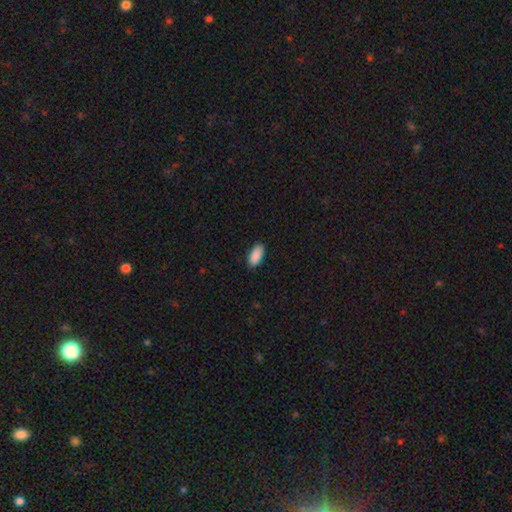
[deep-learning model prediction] Overall: smooth (91%). How rounded: in between (92%). Merging: none (89%).